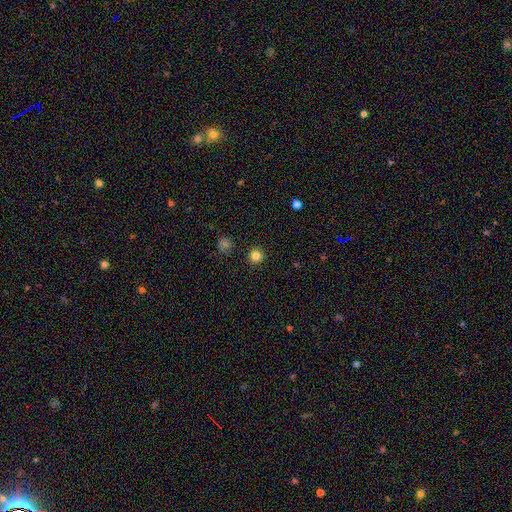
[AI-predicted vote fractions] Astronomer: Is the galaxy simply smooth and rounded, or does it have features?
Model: smooth — 82%.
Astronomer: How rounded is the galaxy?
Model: round — 95%.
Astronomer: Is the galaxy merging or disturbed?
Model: none — 93%.